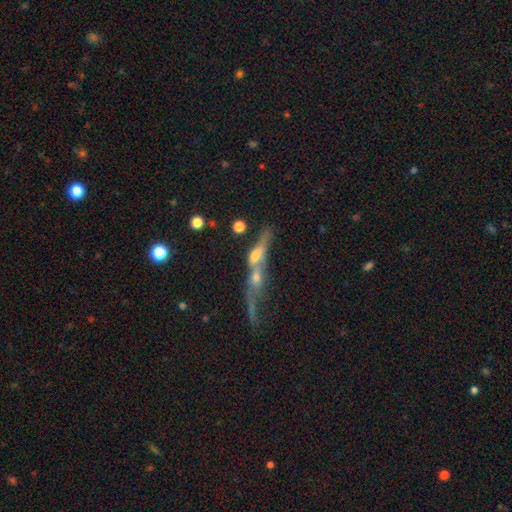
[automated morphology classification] This is possibly a featured or disk galaxy (49%). Merging: likely merger (72%).